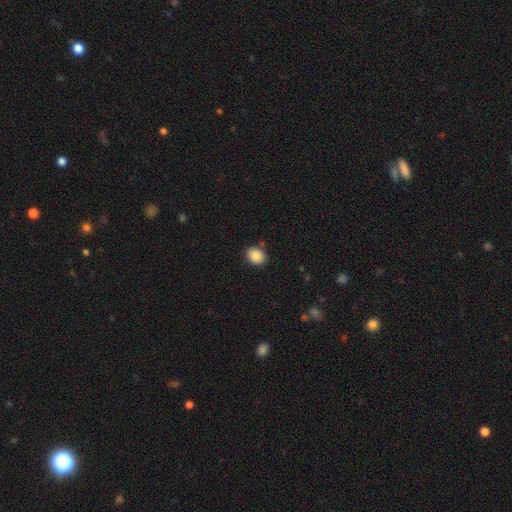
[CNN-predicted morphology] Smooth or featured?
  - smooth: 86% *
  - star or artifact: 8%
  - featured or disk: 5%
How rounded?
  - round: 52% *
  - in between: 47%
  - cigar-shaped: 1%
Merging?
  - none: 84% *
  - minor disturbance: 11%
  - merger: 3%
  - major disturbance: 2%